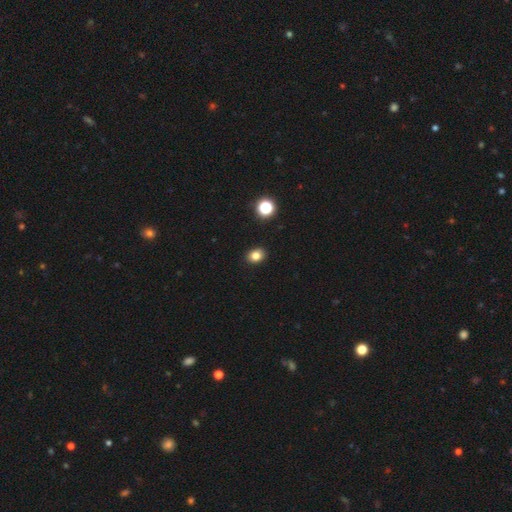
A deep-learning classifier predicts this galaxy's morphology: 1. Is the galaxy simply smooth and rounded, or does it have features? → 81% smooth, 13% star or artifact, 6% featured or disk.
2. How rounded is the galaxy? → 54% in between, 45% round, 1% cigar-shaped.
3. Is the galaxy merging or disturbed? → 90% none, 7% minor disturbance, 2% major disturbance, 1% merger.